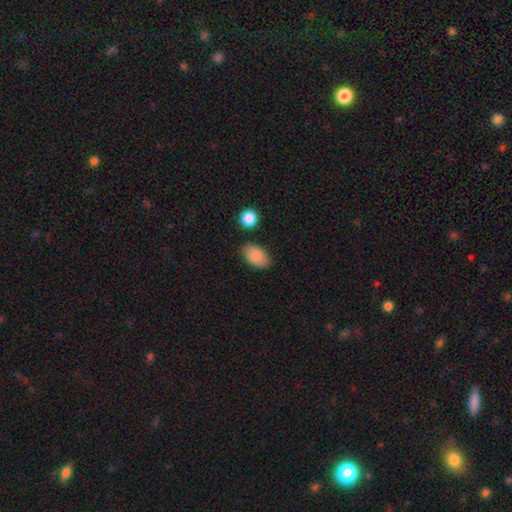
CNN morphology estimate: smooth 87%, star or artifact 7%, featured or disk 6%. Down the decision tree: how rounded — in between (91%); merging — none (79%).